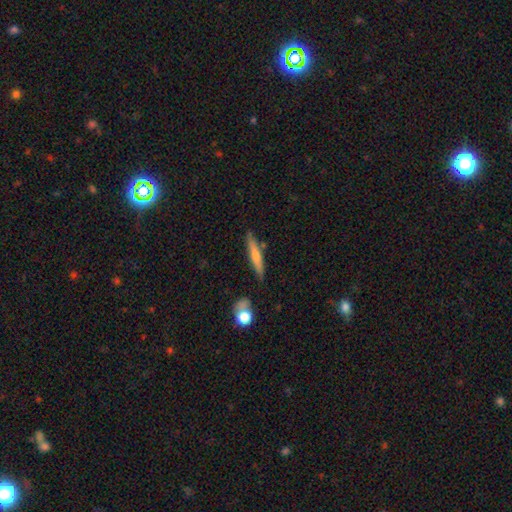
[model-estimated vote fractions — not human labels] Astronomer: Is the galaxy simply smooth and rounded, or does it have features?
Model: smooth — 62%.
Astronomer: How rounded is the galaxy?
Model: cigar-shaped — 91%.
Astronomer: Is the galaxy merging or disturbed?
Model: none — 79%.